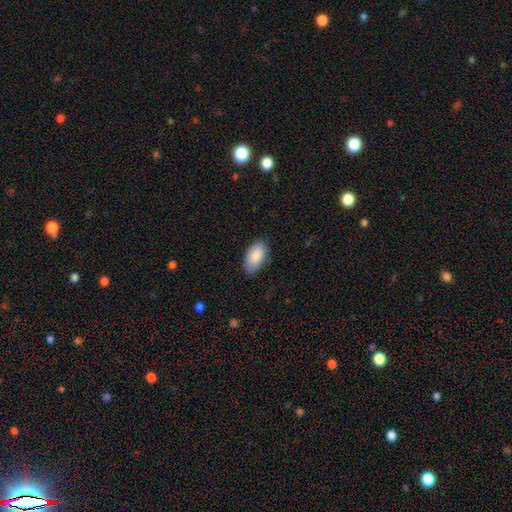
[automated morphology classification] type=smooth (87%); roundness=in between (95%); merging=none (79%).